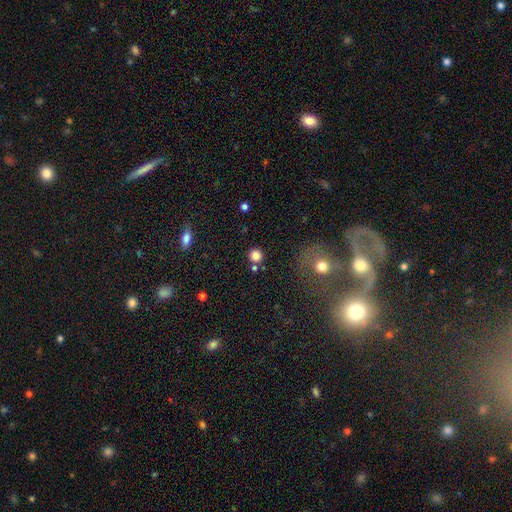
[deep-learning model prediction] Morphology: type=smooth (82%); roundness=round (93%); merging=none (83%).